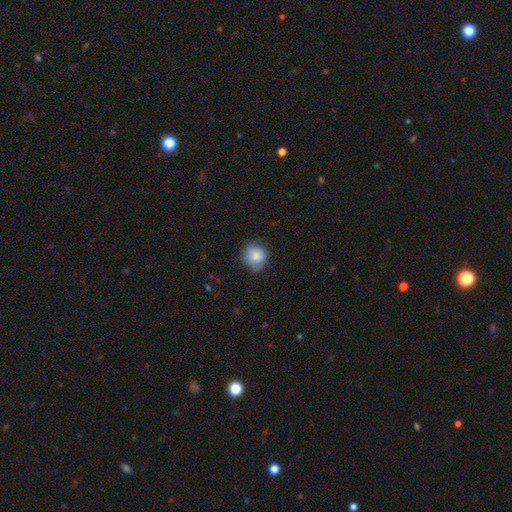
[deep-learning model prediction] smooth 77%, featured or disk 15%, star or artifact 8%. Down the decision tree: how rounded — round (81%); merging — none (65%).